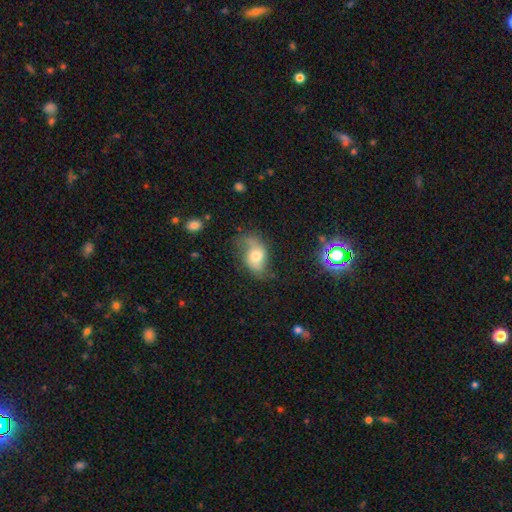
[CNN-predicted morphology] Smooth or featured: featured or disk — 49% (smooth — 40%)
Merging: none — 49% (minor disturbance — 30%)